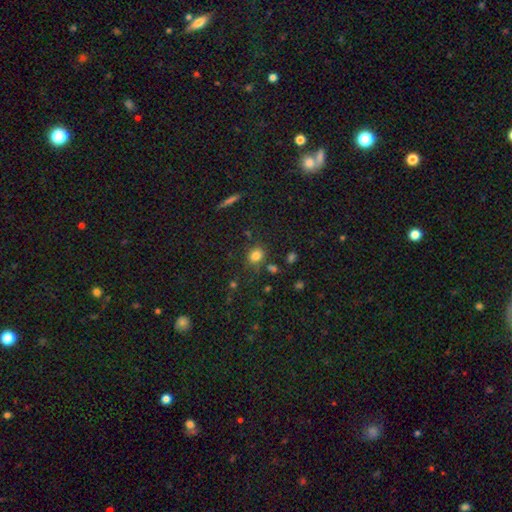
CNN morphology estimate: Smooth or featured? Predicted: smooth (p=0.80). How rounded? Predicted: round (p=0.67). Merging? Predicted: none (p=0.75).